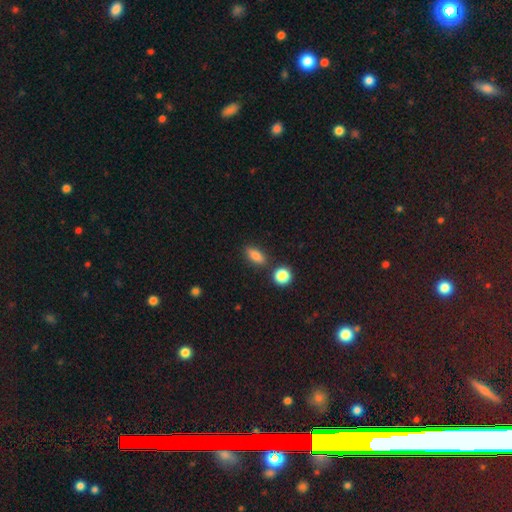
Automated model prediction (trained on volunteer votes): Smooth or featured? smooth (82%)
How rounded? in between (72%)
Merging? none (81%)